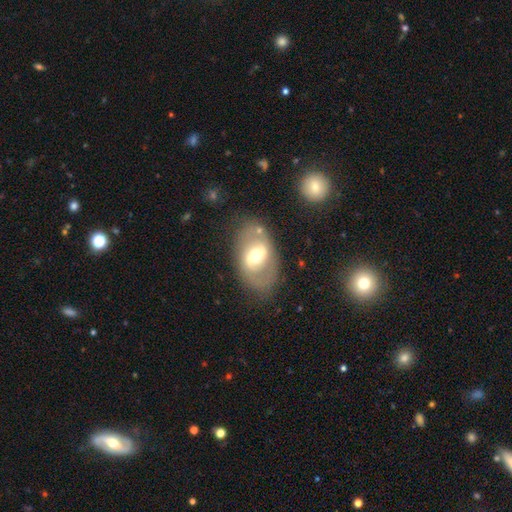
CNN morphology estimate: smooth_or_featured: featured or disk (p=0.60) [alt: smooth p=0.33]
disk_edge_on: no (p=0.93) [alt: yes p=0.07]
bar: weak (p=0.41) [alt: no p=0.36]
has_spiral_arms: no (p=0.58) [alt: yes p=0.42]
bulge_size: moderate (p=0.65) [alt: small p=0.18]
merging: none (p=0.70) [alt: minor disturbance p=0.17]